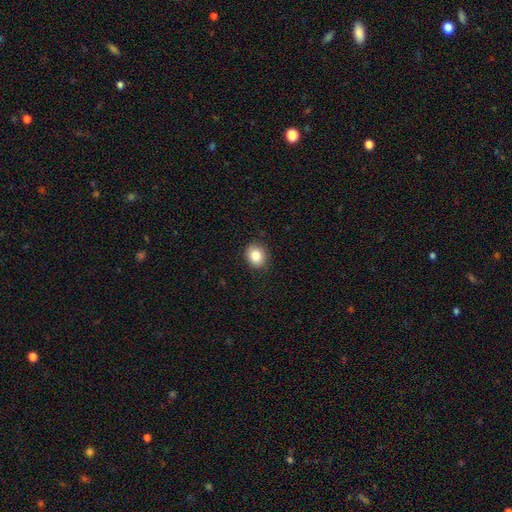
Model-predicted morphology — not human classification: smooth 85%, star or artifact 9%, featured or disk 6%. Down the decision tree: how rounded — round (61%); merging — none (86%).